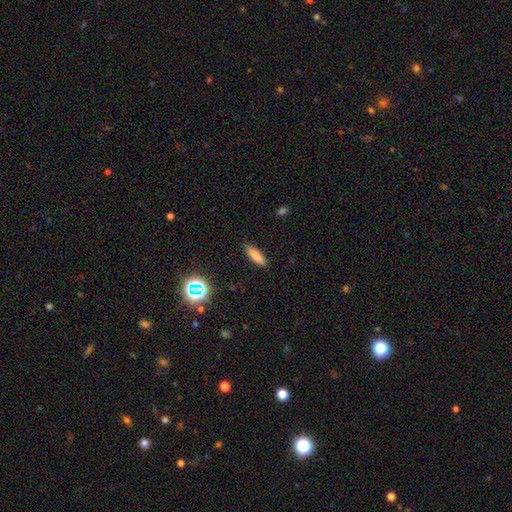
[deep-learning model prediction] A smooth galaxy with no disk features (80%) that is cigar-shaped (65%). Merging: none (89%).